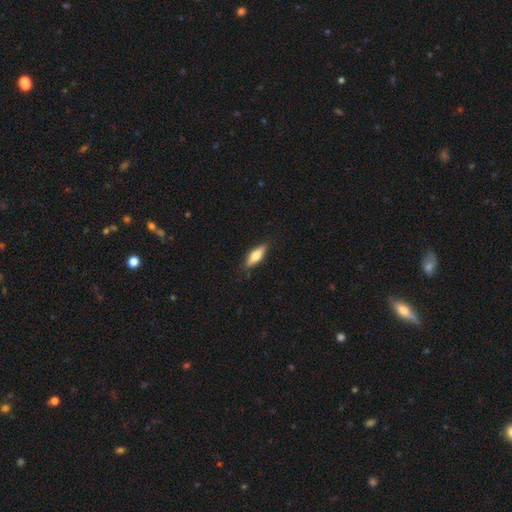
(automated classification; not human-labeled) Overall: smooth (61%; featured or disk 33%). How rounded: in between (52%; cigar-shaped 45%). Merging: none (86%).